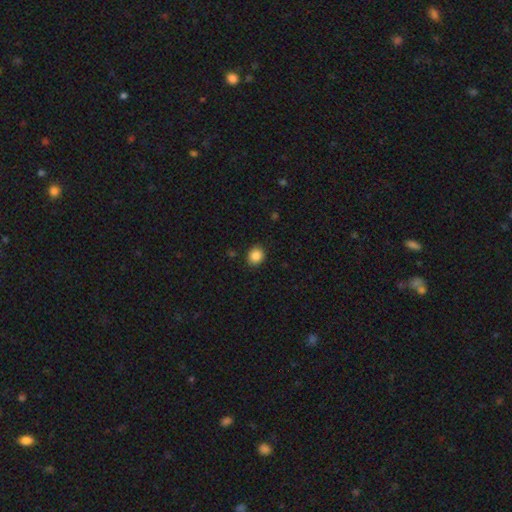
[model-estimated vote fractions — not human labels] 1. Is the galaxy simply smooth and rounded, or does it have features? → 87% smooth, 10% star or artifact, 3% featured or disk.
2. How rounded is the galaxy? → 67% round, 32% in between, 1% cigar-shaped.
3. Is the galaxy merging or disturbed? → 89% none, 7% minor disturbance, 2% major disturbance, 1% merger.